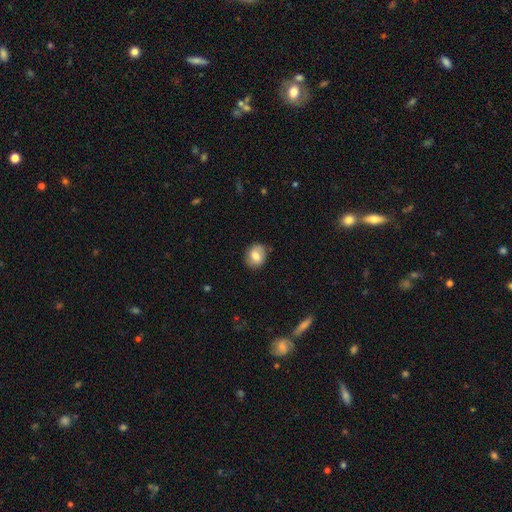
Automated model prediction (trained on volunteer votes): Smooth or featured?
  - smooth: 72% *
  - featured or disk: 20%
  - star or artifact: 8%
How rounded?
  - round: 60% *
  - in between: 39%
  - cigar-shaped: 1%
Merging?
  - none: 80% *
  - minor disturbance: 15%
  - major disturbance: 4%
  - merger: 1%